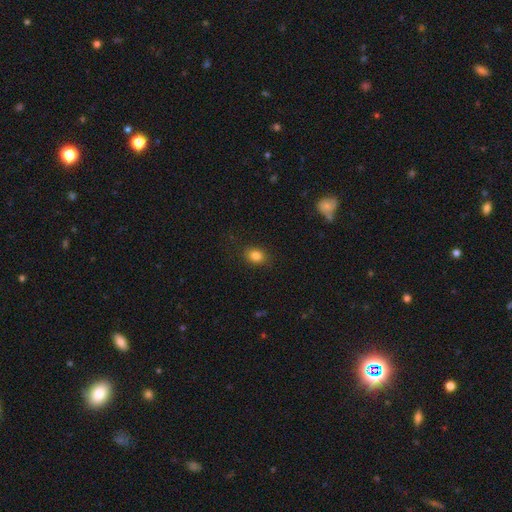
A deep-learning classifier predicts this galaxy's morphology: This appears to be a smooth galaxy with no disk features (83%) that is in between round and cigar-shaped (52%). Merging: none (86%).